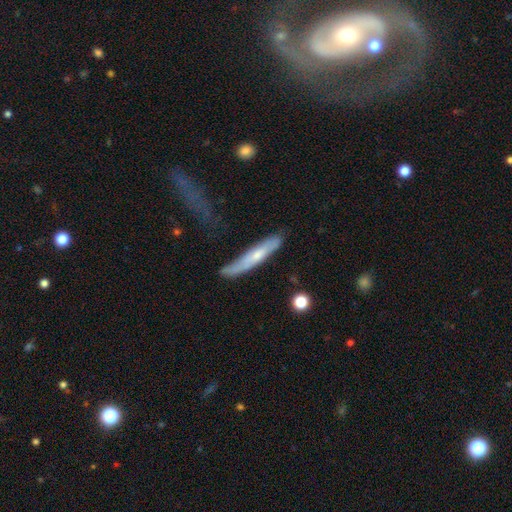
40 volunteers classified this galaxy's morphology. smooth 50%, featured or disk 45%, star or artifact 5%. Down the decision tree: how rounded — cigar-shaped (95%); merging — none (55%).